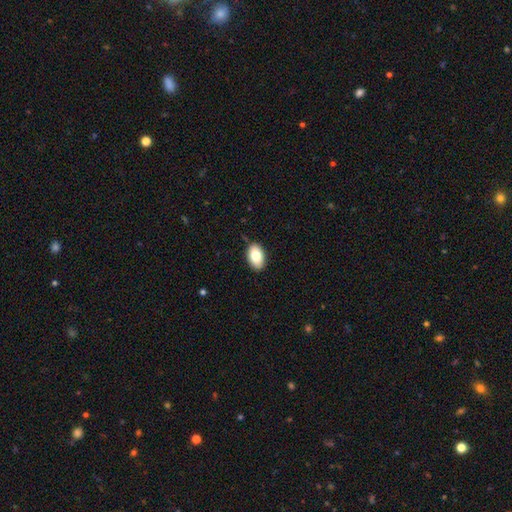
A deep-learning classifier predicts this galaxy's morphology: The model was most divided on "smooth or featured": smooth: 81%, featured or disk: 12%, star or artifact: 7%. More confident: how rounded — in between (93%); merging — none (88%).